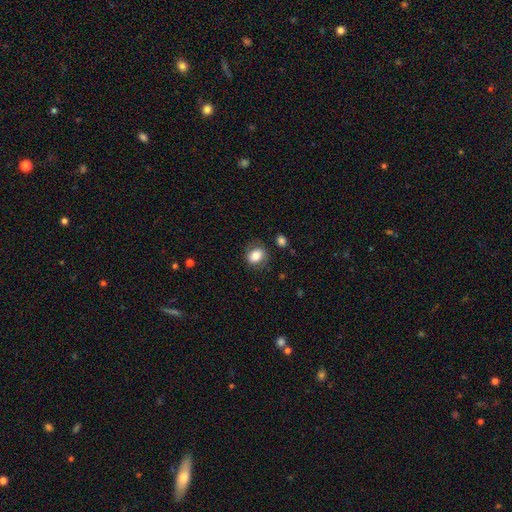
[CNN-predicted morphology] This is likely a smooth galaxy (78%). How rounded: possibly round (50%). Merging: likely none (77%).